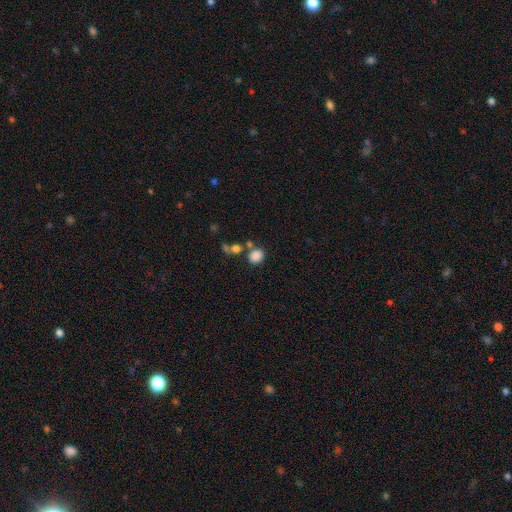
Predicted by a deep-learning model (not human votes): Overall: smooth (84%). How rounded: round (61%; in between 38%). Merging: none (63%).